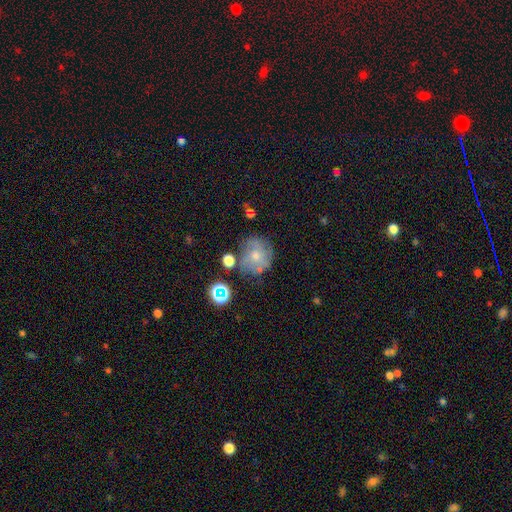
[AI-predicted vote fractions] This is possibly a featured or disk galaxy (48%). Merging: likely none (64%).